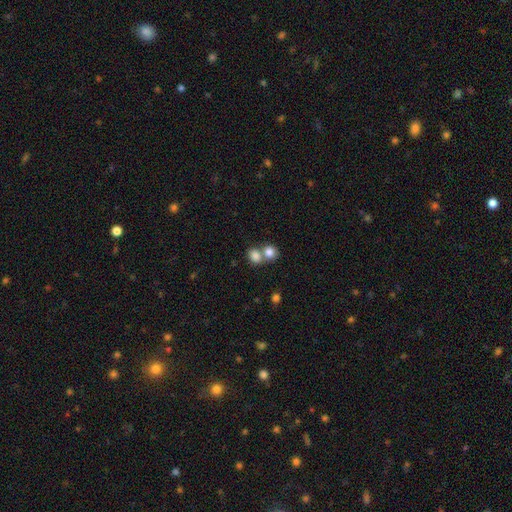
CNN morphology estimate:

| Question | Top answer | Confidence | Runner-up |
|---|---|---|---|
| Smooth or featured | smooth | 82% | star or artifact (9%) |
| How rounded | round | 56% | in between (43%) |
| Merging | merger | 55% | none (34%) |